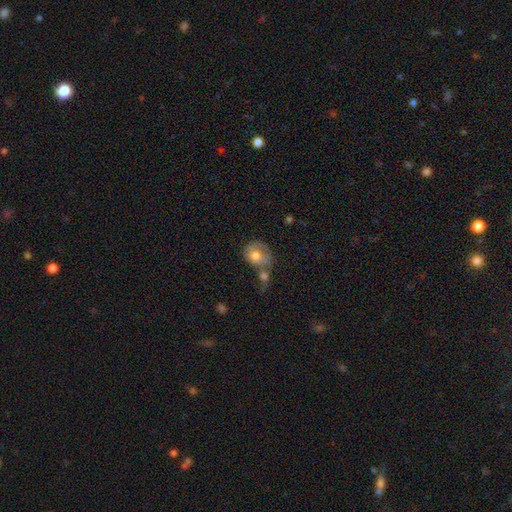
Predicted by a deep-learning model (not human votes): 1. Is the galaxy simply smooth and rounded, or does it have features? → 67% smooth, 26% featured or disk, 7% star or artifact.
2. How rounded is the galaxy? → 57% round, 42% in between, 1% cigar-shaped.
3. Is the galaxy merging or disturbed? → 41% merger, 29% none, 18% minor disturbance, 12% major disturbance.